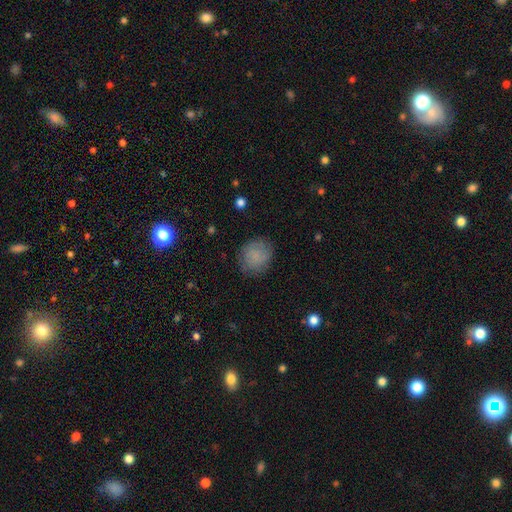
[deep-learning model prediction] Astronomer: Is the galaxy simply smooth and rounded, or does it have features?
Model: smooth — 77%.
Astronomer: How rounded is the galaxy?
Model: round — 77%.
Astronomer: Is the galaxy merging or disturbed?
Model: none — 79%.